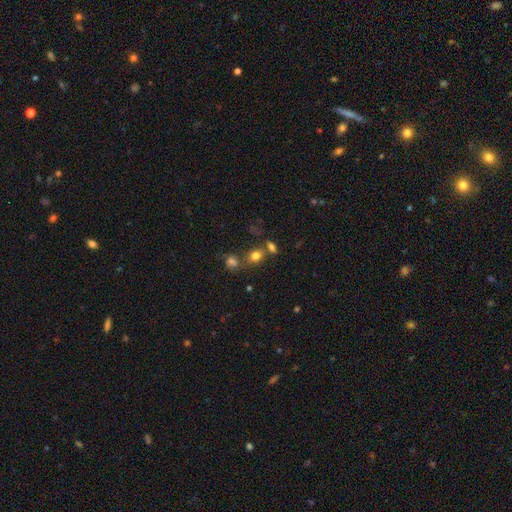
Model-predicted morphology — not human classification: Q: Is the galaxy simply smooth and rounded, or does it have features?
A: smooth — 75%.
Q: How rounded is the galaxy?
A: in between — 61%.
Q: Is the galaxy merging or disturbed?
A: none — 56%.